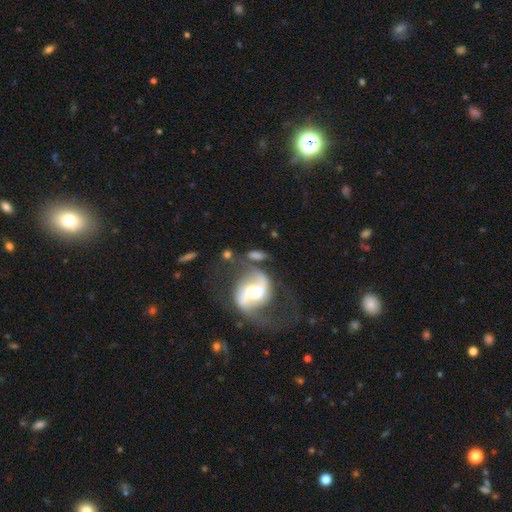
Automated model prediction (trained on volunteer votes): Morphology: type=featured or disk (71%); edge-on=no (94%); bar=weak (39%); spiral arms=yes (89%); winding=loose (55%); arm count=2 (89%); bulge=moderate (59%); merging=none (52%).